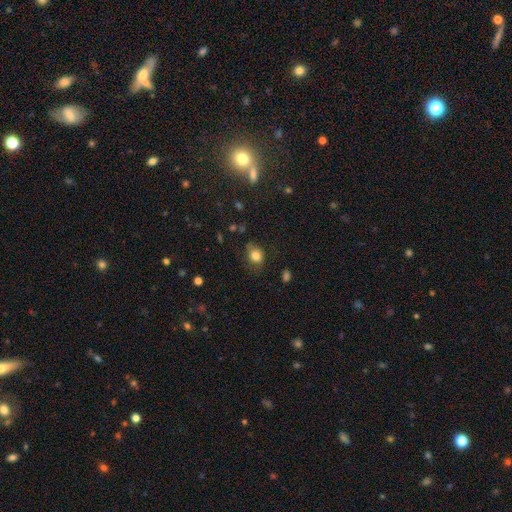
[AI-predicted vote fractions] This appears to be a smooth galaxy with no disk features (80%) that is round (51%). Merging: none (64%).